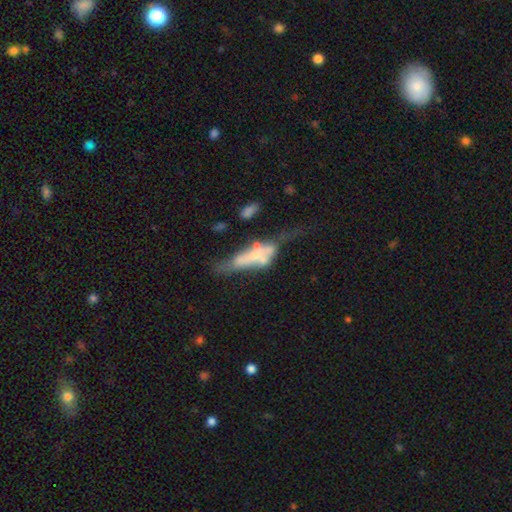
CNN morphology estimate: Q: Smooth or featured?
A: featured or disk (53%); runner-up: smooth (37%)
Q: Edge-on disk?
A: no (59%); runner-up: yes (41%)
Q: Merging?
A: major disturbance (31%); runner-up: merger (28%)